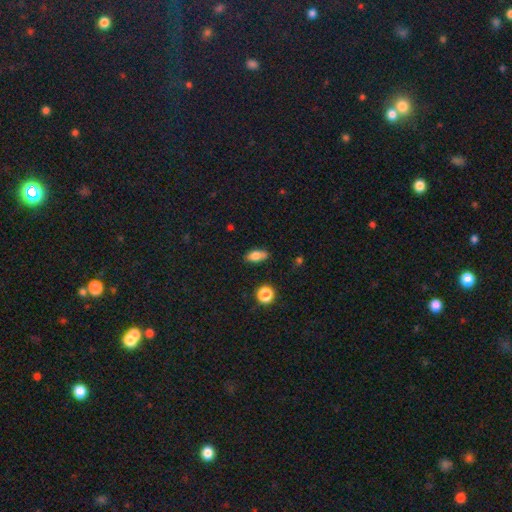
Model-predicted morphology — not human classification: Smooth or featured: smooth — 76% (featured or disk — 14%)
How rounded: in between — 81% (cigar-shaped — 11%)
Merging: none — 69% (minor disturbance — 21%)